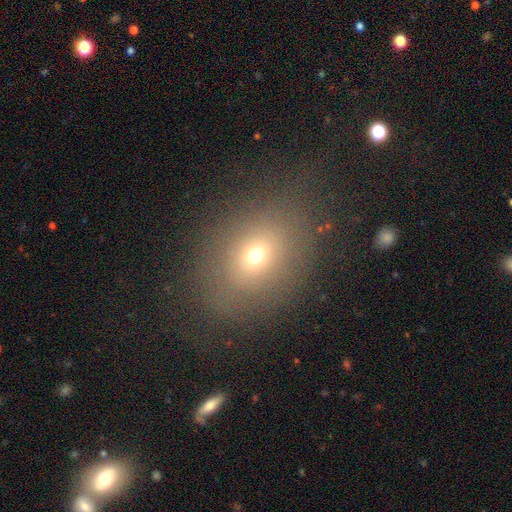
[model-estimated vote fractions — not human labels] The model was most divided on "how rounded": in between: 50%, round: 48%, cigar-shaped: 1%. More confident: merging — none (78%); smooth or featured — smooth (66%).